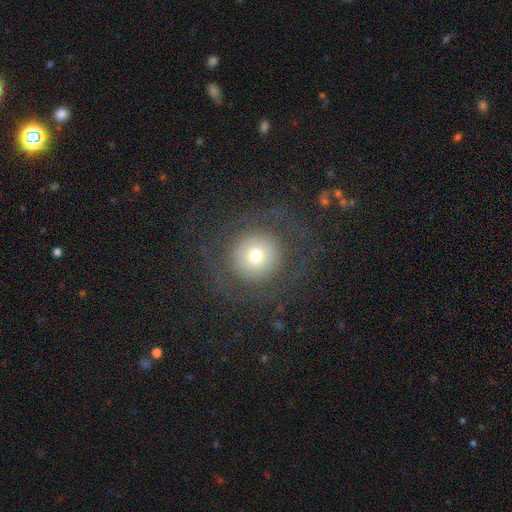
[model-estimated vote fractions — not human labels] The model was most divided on "smooth or featured": smooth: 58%, featured or disk: 30%, star or artifact: 12%. More confident: how rounded — round (95%); merging — none (79%).